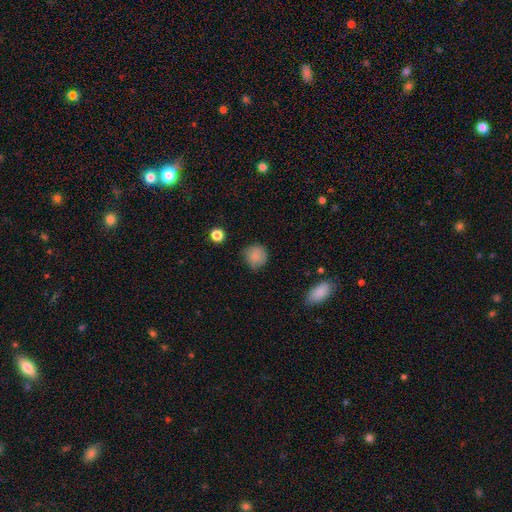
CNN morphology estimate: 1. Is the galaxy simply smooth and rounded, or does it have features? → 83% smooth, 10% star or artifact, 7% featured or disk.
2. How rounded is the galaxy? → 90% round, 9% in between, 1% cigar-shaped.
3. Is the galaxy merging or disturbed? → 73% none, 21% minor disturbance, 4% major disturbance, 2% merger.